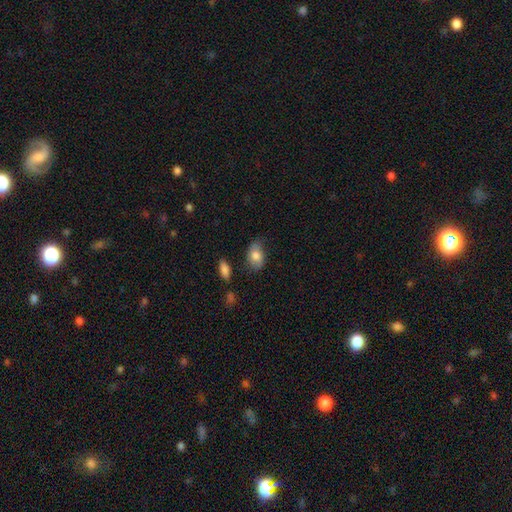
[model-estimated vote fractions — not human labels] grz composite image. It shows a smooth galaxy with no disk features (79%) that is in between round and cigar-shaped (87%). Merging: none (63%).